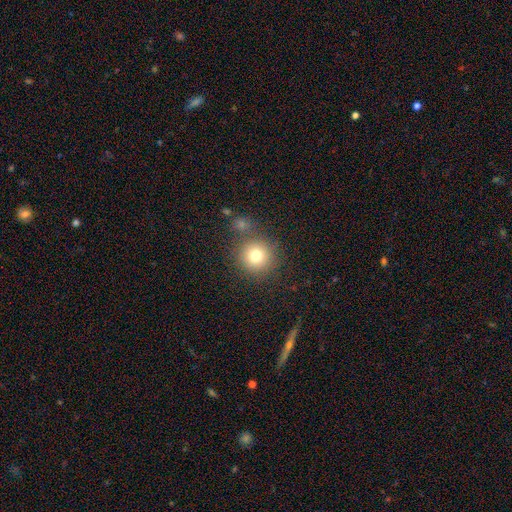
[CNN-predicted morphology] type=smooth (76%); roundness=round (94%); merging=none (77%).